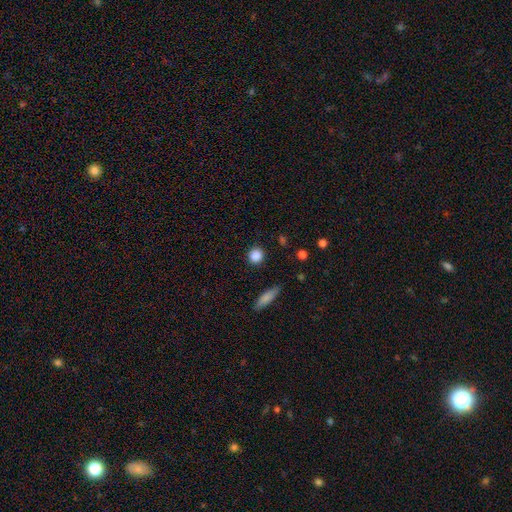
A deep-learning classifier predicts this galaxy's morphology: smooth 86%, star or artifact 9%, featured or disk 4%. Down the decision tree: how rounded — round (87%); merging — none (89%).